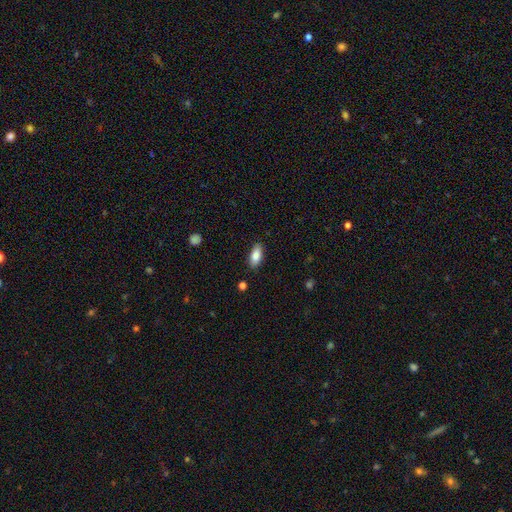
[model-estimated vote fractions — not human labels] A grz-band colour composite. It shows a smooth galaxy with no disk features (85%) that is in between round and cigar-shaped (85%). Merging: none (86%).